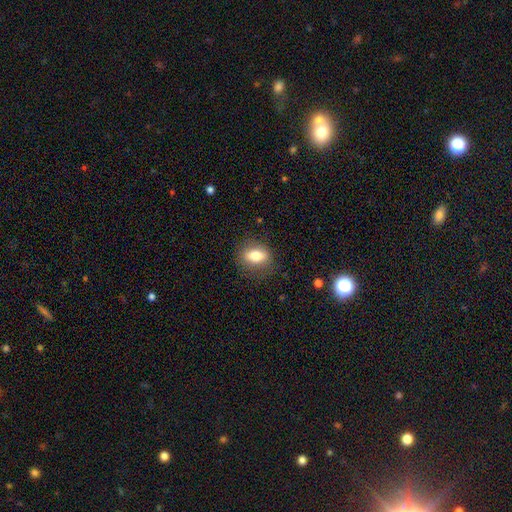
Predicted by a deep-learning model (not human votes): Morphology: type=smooth (77%); roundness=in between (71%); merging=none (82%).